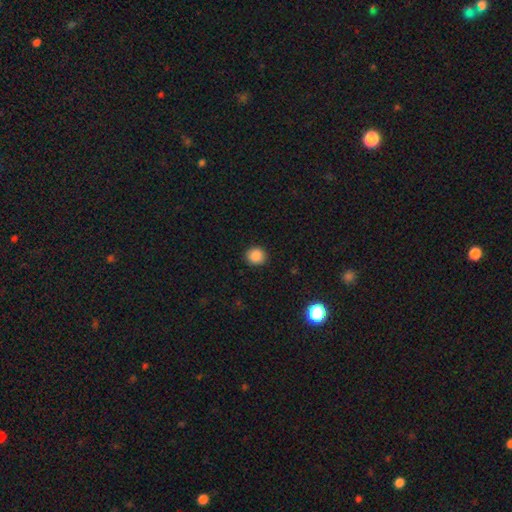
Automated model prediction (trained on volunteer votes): Smooth or featured? Predicted: smooth (p=0.87). How rounded? Predicted: round (p=0.86). Merging? Predicted: none (p=0.90).